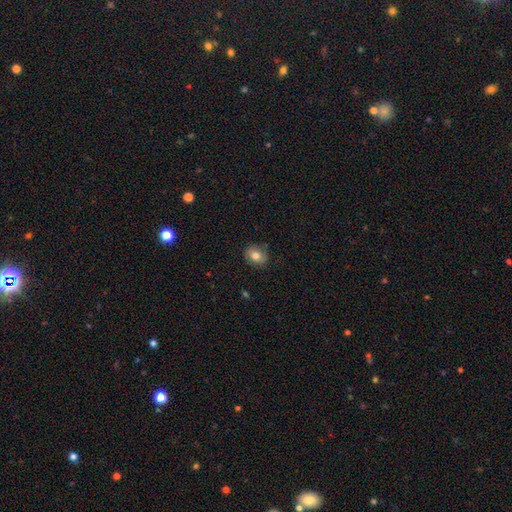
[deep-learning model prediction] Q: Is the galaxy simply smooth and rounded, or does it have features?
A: smooth — 77%.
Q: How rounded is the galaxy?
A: round — 56%.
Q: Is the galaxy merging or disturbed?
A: none — 84%.